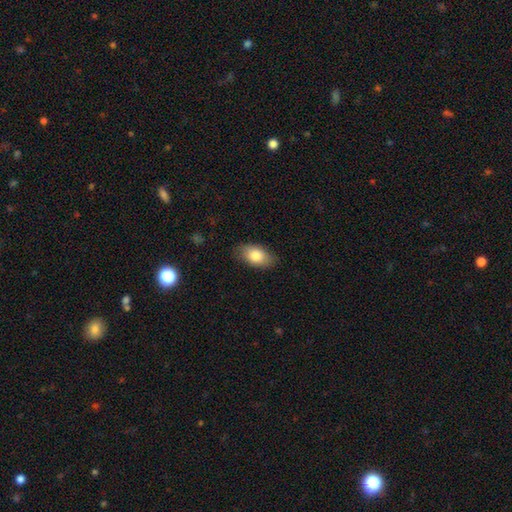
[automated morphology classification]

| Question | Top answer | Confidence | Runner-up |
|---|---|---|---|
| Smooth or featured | smooth | 81% | featured or disk (12%) |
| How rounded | in between | 91% | round (7%) |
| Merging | none | 82% | minor disturbance (14%) |